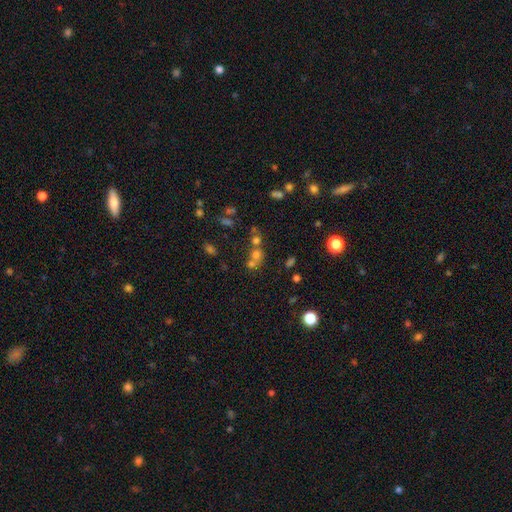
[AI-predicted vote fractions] A smooth galaxy with no disk features (50%).

Vote fractions:
- Smooth or featured? smooth: 50% / star or artifact: 35% / featured or disk: 15%
- Merging? merger: 46% / none: 43% / minor disturbance: 7% / major disturbance: 5%